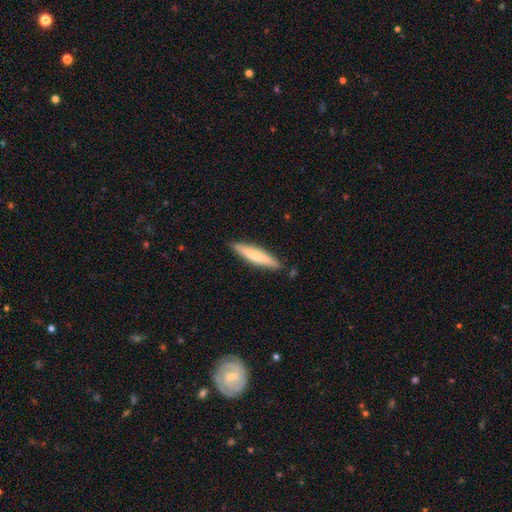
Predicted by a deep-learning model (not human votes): Smooth or featured? Predicted: smooth (p=0.69). How rounded? Predicted: cigar-shaped (p=0.87). Merging? Predicted: none (p=0.86).